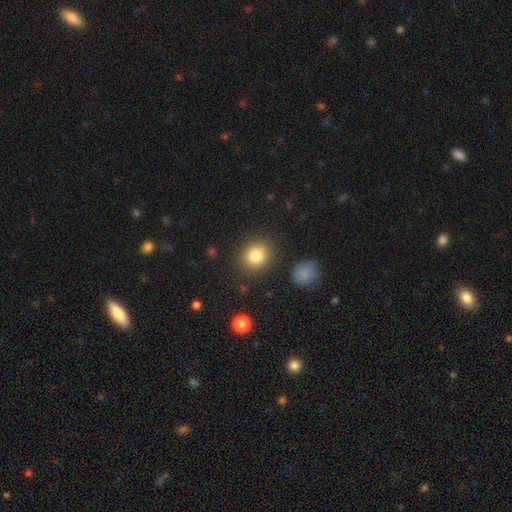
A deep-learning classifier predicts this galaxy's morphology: Q: Smooth or featured?
A: smooth (83%); runner-up: star or artifact (10%)
Q: How rounded?
A: round (73%); runner-up: in between (26%)
Q: Merging?
A: none (84%); runner-up: minor disturbance (10%)